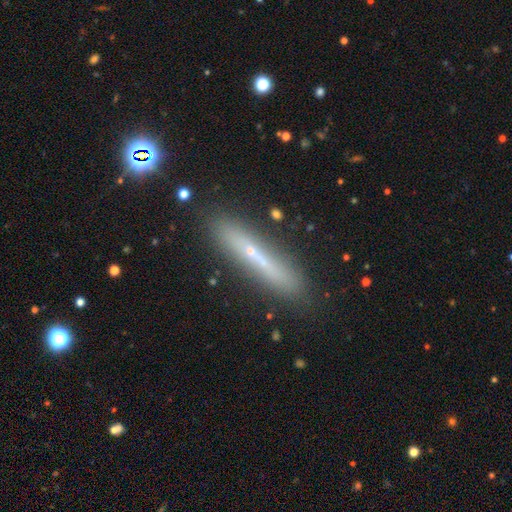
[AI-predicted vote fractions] Smooth or featured? Predicted: featured or disk (p=0.53). Edge-on disk? Predicted: yes (p=0.85). Merging? Predicted: none (p=0.81).